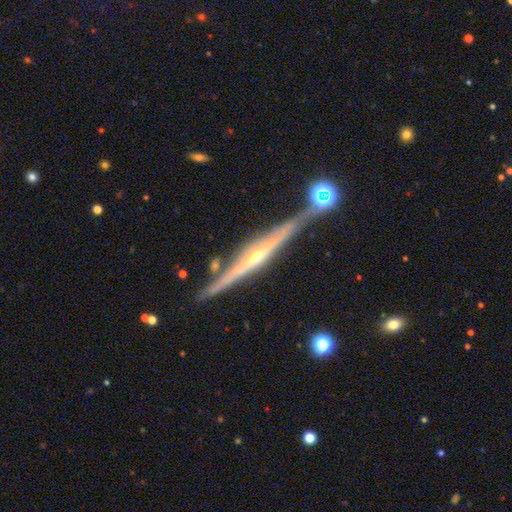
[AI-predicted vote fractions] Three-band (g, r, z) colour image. It shows a featured or disk galaxy (85%) viewed edge-on (97%) with a rounded central bulge (75%). Merging: none (80%).